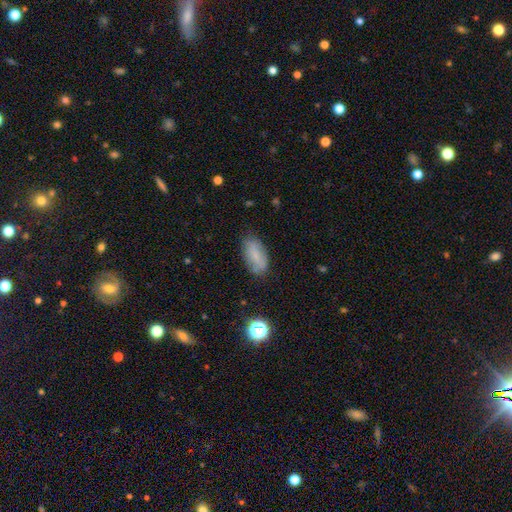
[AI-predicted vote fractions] The model was most divided on "smooth or featured": smooth: 71%, featured or disk: 20%, star or artifact: 9%. More confident: how rounded — in between (90%); merging — none (76%).